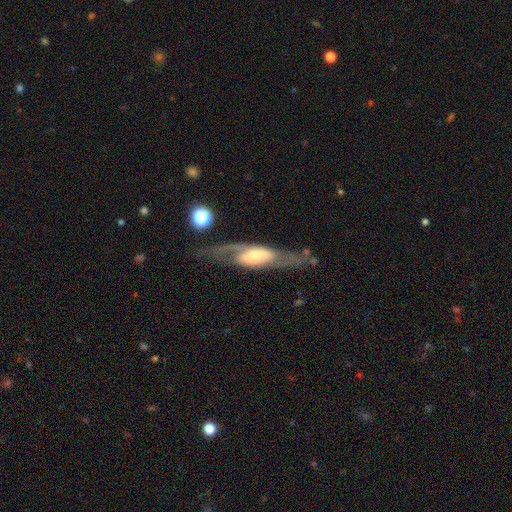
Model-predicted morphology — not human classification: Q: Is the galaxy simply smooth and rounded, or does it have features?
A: featured or disk — 73%.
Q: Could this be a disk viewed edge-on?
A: no — 70%.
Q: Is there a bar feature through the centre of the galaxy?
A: no — 51%.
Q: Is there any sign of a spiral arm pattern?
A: yes — 77%.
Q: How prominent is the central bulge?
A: moderate — 38%.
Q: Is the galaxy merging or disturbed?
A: none — 61%.